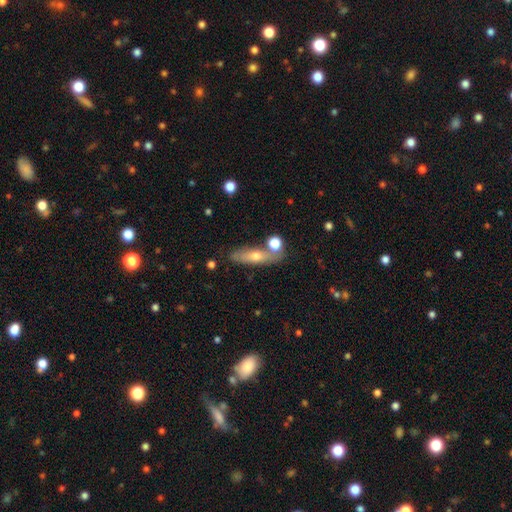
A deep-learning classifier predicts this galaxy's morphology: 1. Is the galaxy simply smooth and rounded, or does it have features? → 55% smooth, 38% featured or disk, 8% star or artifact.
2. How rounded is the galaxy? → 61% cigar-shaped, 35% in between, 5% round.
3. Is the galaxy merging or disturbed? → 70% none, 14% minor disturbance, 12% merger, 4% major disturbance.